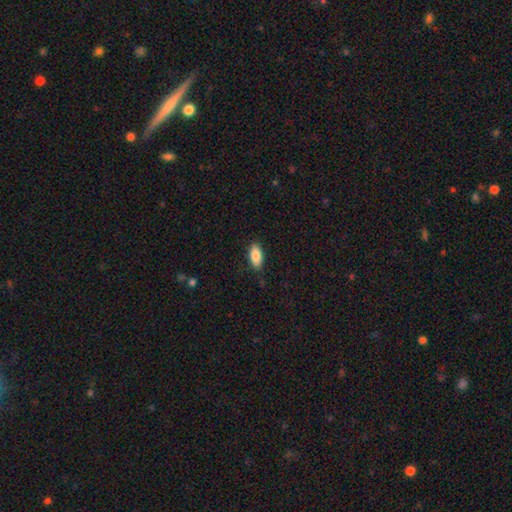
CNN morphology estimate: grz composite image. It shows a smooth galaxy with no disk features (85%) that is in between round and cigar-shaped (88%). Merging: none (87%).